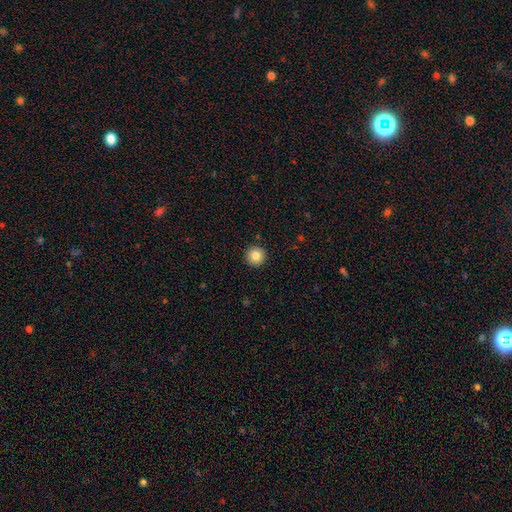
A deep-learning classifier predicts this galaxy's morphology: smooth-or-featured: smooth: 85% | star or artifact: 10% | featured or disk: 5%
  how-rounded: round: 96% | in between: 3% | cigar-shaped: 1%
  merging: none: 93% | minor disturbance: 5% | major disturbance: 2% | merger: 1%